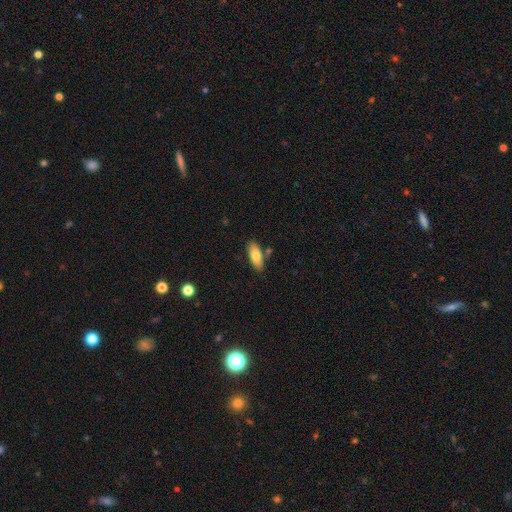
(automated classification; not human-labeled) smooth 78%, featured or disk 16%, star or artifact 7%. Down the decision tree: how rounded — in between (80%); merging — none (76%).